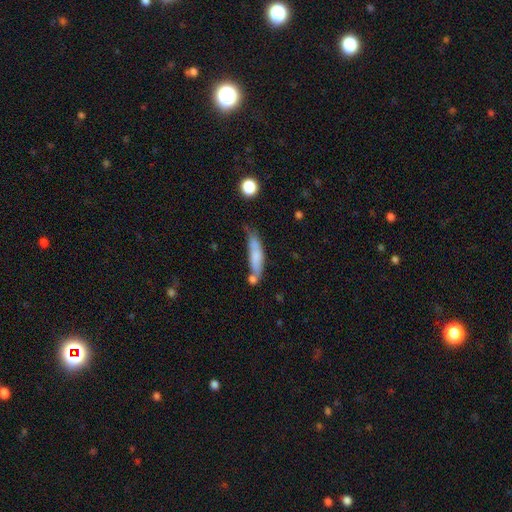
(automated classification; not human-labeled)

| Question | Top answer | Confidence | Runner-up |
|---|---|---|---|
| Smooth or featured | smooth | 68% | featured or disk (24%) |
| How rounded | cigar-shaped | 76% | in between (22%) |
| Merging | none | 45% | minor disturbance (29%) |